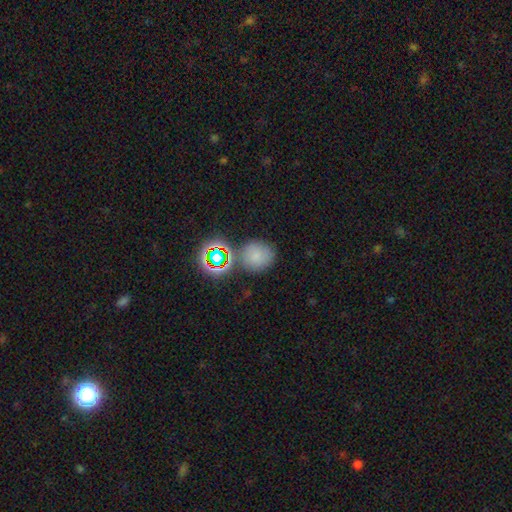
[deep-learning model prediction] The model was most divided on "smooth or featured": smooth: 70%, star or artifact: 22%, featured or disk: 8%. More confident: how rounded — round (80%); merging — none (71%).